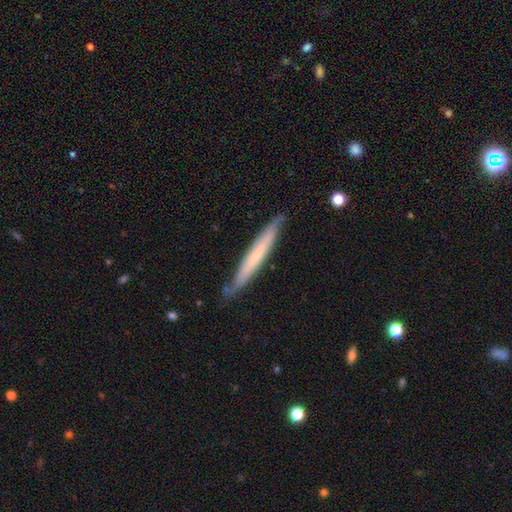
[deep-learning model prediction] Q: Smooth or featured?
A: smooth (47%); tied with: featured or disk (47%)
Q: Merging?
A: none (81%); runner-up: minor disturbance (15%)